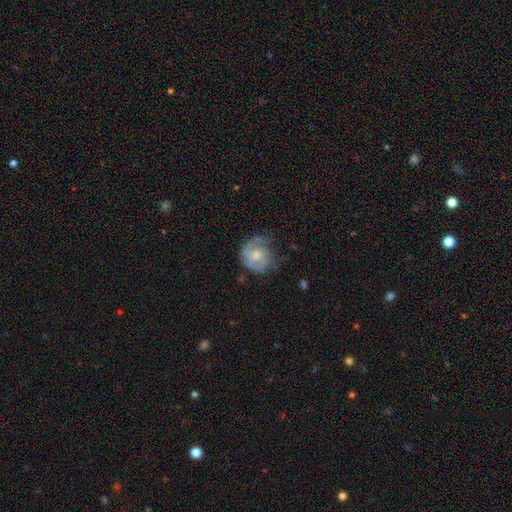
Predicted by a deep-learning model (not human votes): This is likely a featured or disk galaxy (66%). It is clearly not viewed edge-on (98%). Bar: likely no (72%). Spiral arm pattern: clearly yes (86%). Spiral arm count: marginally 2 (34%). Spiral winding: possibly tight (53%). Central bulge: possibly moderate (52%). Merging: possibly none (54%).